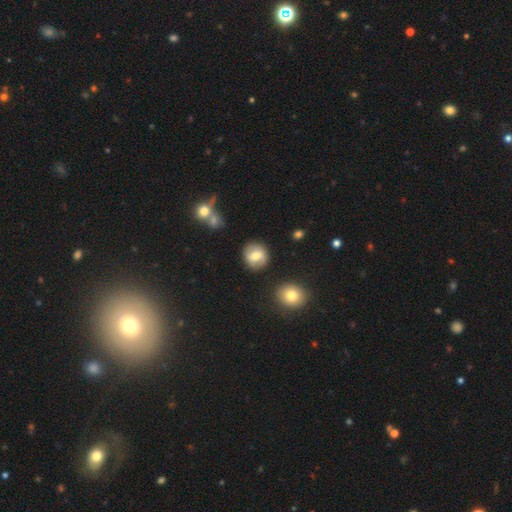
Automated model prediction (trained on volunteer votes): Overall: smooth (62%; featured or disk 30%). How rounded: round (80%). Merging: none (83%).